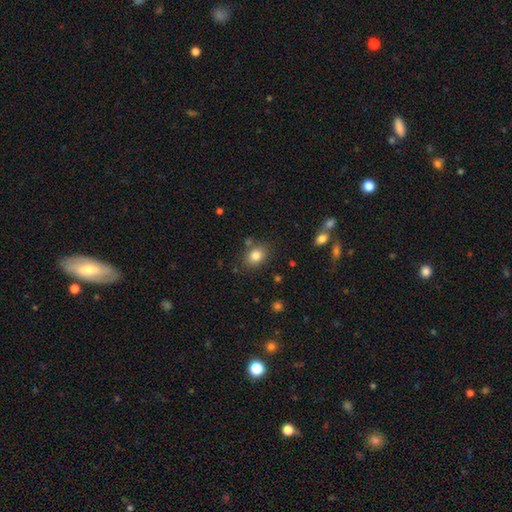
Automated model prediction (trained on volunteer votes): Smooth or featured? Predicted: smooth (p=0.82). How rounded? Predicted: in between (p=0.54). Merging? Predicted: none (p=0.76).